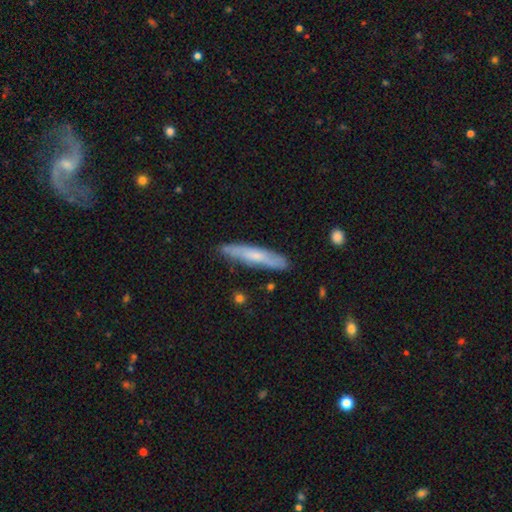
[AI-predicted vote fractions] Smooth or featured? smooth (56%)
How rounded? cigar-shaped (89%)
Merging? none (82%)